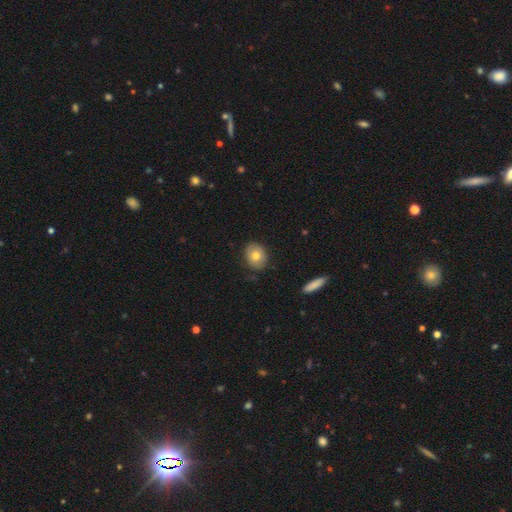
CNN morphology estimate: smooth_or_featured: smooth (p=0.74) [alt: featured or disk p=0.18]
how_rounded: in between (p=0.53) [alt: round p=0.46]
merging: none (p=0.82) [alt: minor disturbance p=0.14]